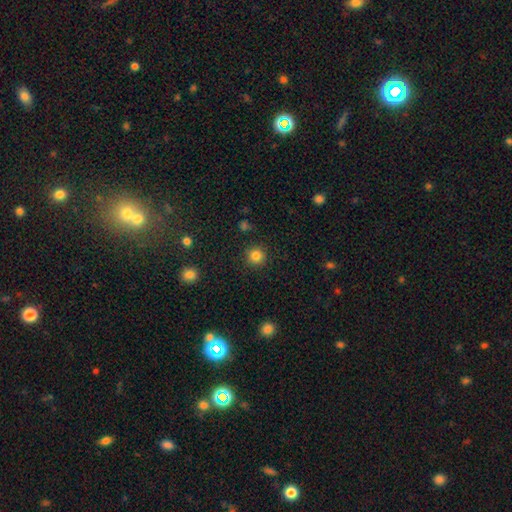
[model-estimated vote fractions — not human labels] The model was most divided on "smooth or featured": smooth: 84%, star or artifact: 11%, featured or disk: 4%. More confident: how rounded — round (94%); merging — none (91%).